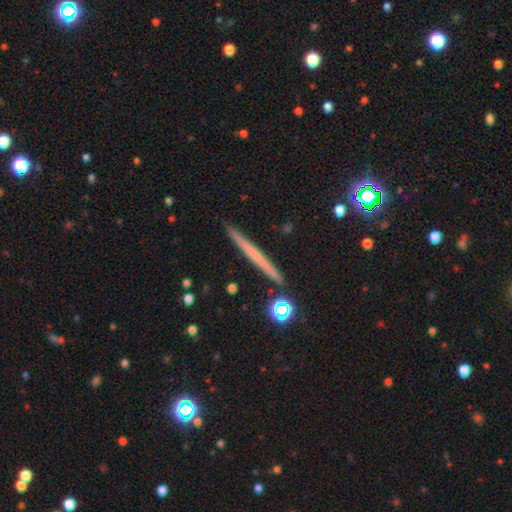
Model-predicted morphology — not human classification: The model was most divided on "smooth or featured": featured or disk: 50%, smooth: 42%, star or artifact: 8%. More confident: merging — none (91%).